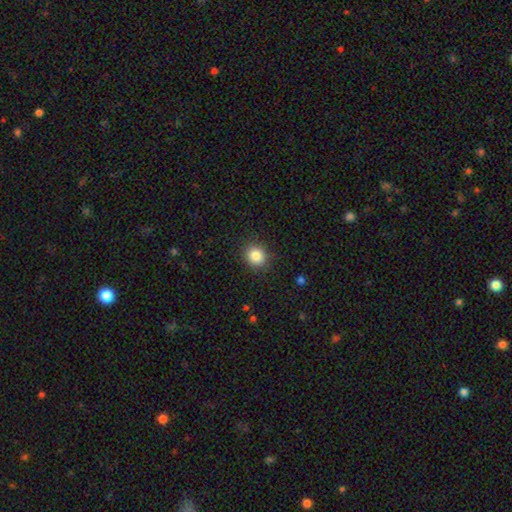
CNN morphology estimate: Smooth or featured: smooth — 85% (star or artifact — 10%)
How rounded: round — 78% (in between — 21%)
Merging: none — 89% (minor disturbance — 7%)